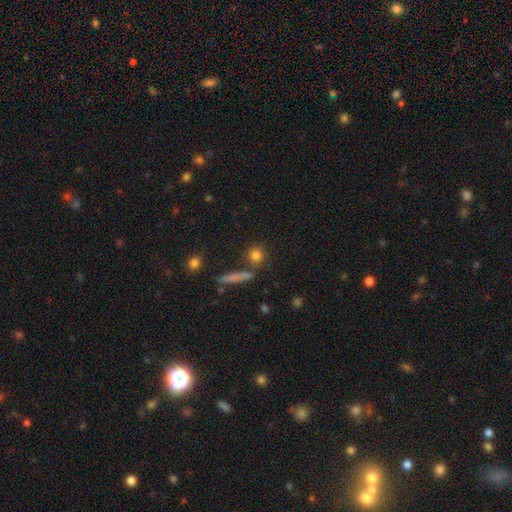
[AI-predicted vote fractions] smooth_or_featured: smooth (p=0.81) [alt: star or artifact p=0.11]
how_rounded: round (p=0.78) [alt: in between p=0.14]
merging: none (p=0.76) [alt: merger p=0.11]